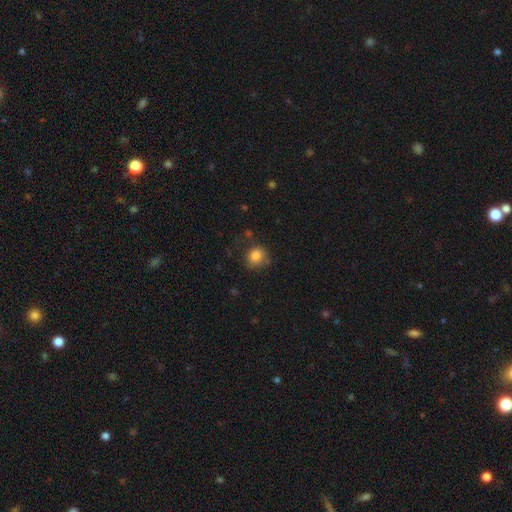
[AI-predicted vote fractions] Smooth or featured?
  - smooth: 84% *
  - star or artifact: 10%
  - featured or disk: 6%
How rounded?
  - round: 78% *
  - in between: 21%
  - cigar-shaped: 1%
Merging?
  - none: 71% *
  - minor disturbance: 19%
  - major disturbance: 6%
  - merger: 4%